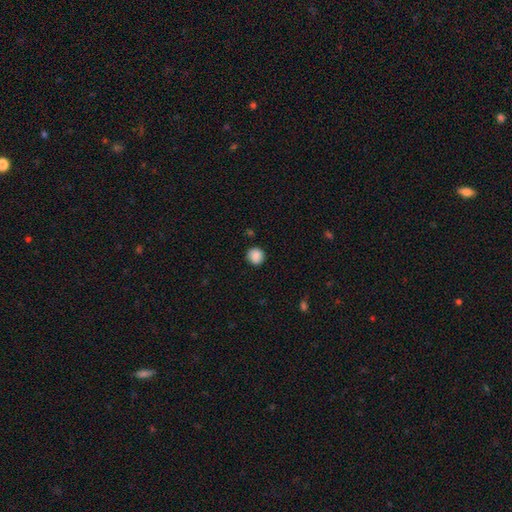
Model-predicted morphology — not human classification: This appears to be a smooth galaxy with no disk features (88%) that is round (91%). Merging: none (89%).